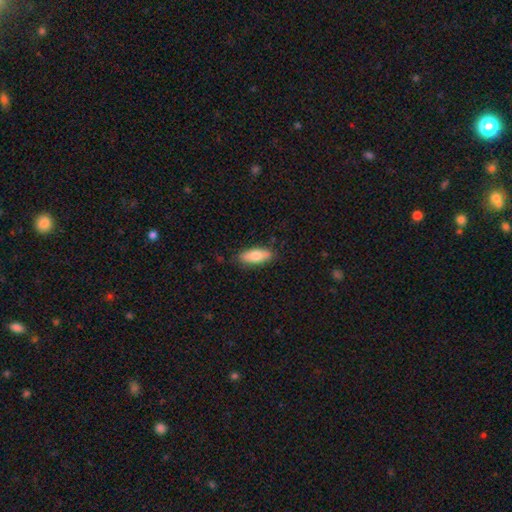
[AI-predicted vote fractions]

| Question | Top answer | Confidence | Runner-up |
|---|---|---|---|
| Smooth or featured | smooth | 78% | featured or disk (16%) |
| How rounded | in between | 74% | cigar-shaped (23%) |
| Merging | none | 84% | minor disturbance (13%) |